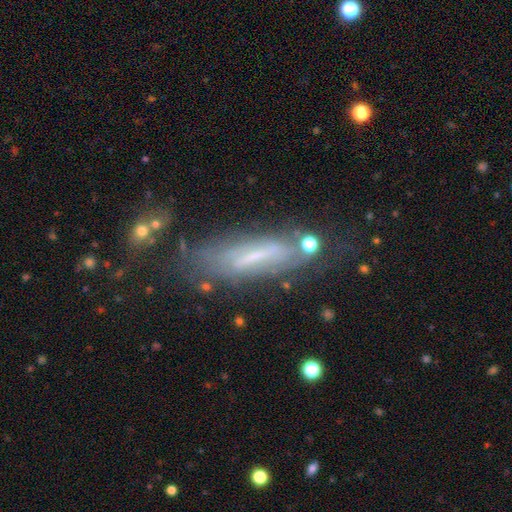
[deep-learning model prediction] Overall: featured or disk (57%; smooth 32%). Edge-on disk: yes (52%; no 48%). Merging: none (63%).